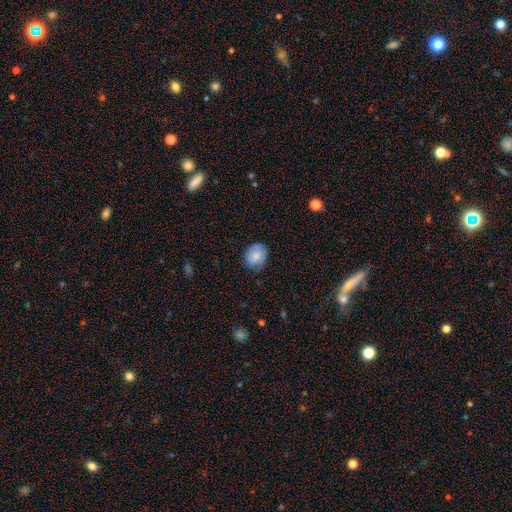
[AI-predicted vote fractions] smooth-or-featured: smooth: 76% | featured or disk: 16% | star or artifact: 7%
  how-rounded: round: 55% | in between: 45% | cigar-shaped: 1%
  merging: none: 71% | minor disturbance: 23% | major disturbance: 5% | merger: 1%